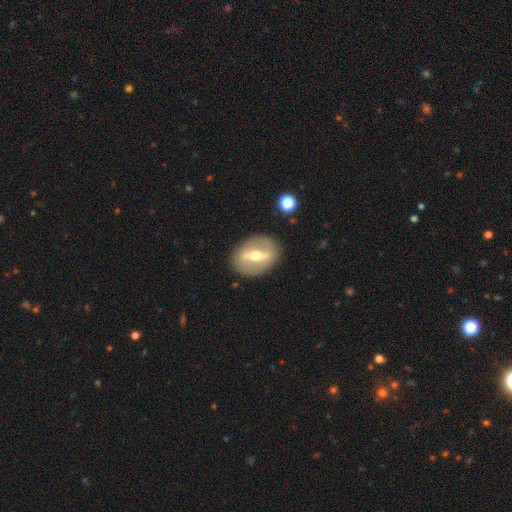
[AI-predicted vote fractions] Smooth or featured? featured or disk (72%)
Edge-on disk? no (85%)
Bar? strong (67%)
Spiral arms? no (67%)
Bulge size? moderate (73%)
Merging? none (86%)